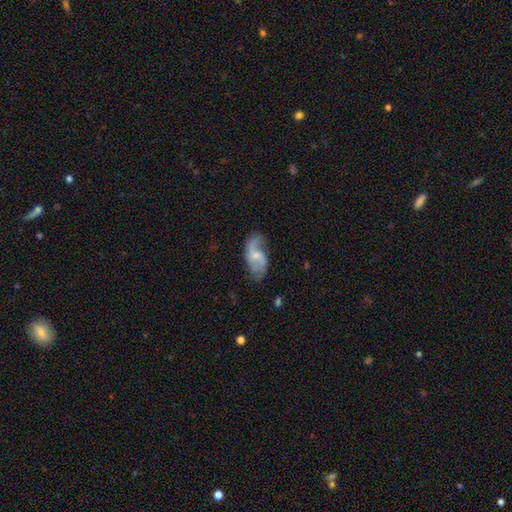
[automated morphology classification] Smooth or featured? Predicted: featured or disk (p=0.71). Edge-on disk? Predicted: no (p=0.96). Bar? Predicted: no (p=0.46). Spiral arms? Predicted: yes (p=0.91). Spiral winding? Predicted: loose (p=0.58). Spiral arm count? Predicted: 2 (p=0.83). Bulge size? Predicted: small (p=0.58). Merging? Predicted: none (p=0.62).